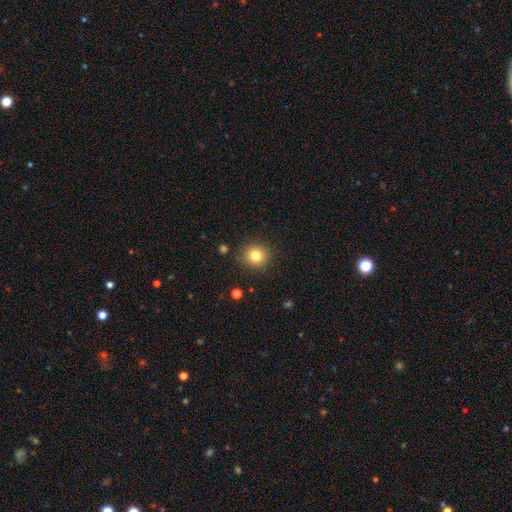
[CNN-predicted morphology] This appears to be a smooth galaxy with no disk features (81%) that is round (91%). Merging: none (89%).